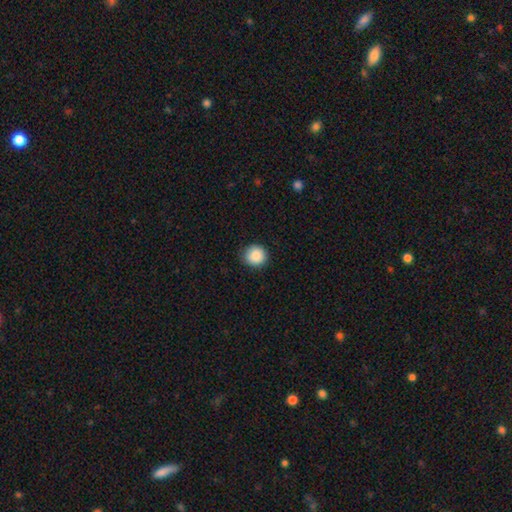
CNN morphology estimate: This appears to be a smooth galaxy with no disk features (89%) that is round (91%). Merging: none (89%).